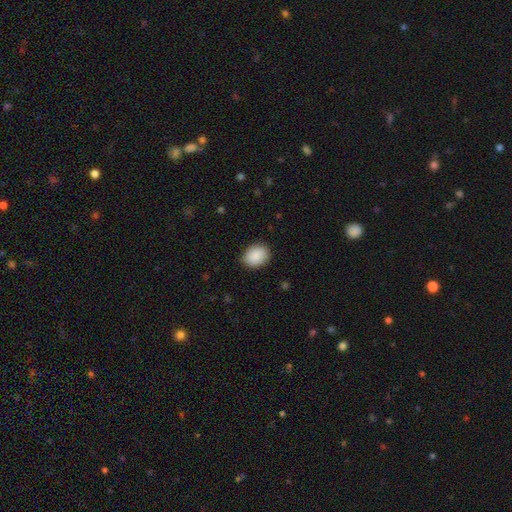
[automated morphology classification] This is clearly a smooth galaxy (90%). How rounded: possibly in between (56%). Merging: clearly none (87%).